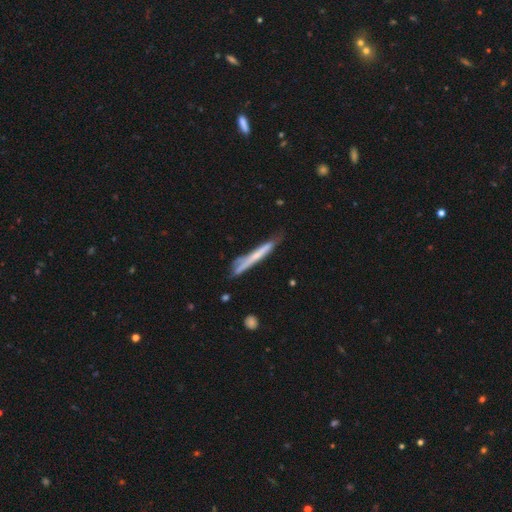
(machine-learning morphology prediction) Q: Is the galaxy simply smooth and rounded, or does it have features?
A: smooth — 47%, tied with featured or disk.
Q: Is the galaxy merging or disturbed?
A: none — 66%.